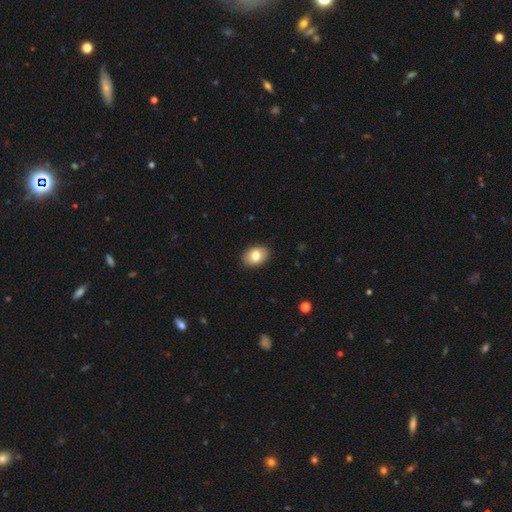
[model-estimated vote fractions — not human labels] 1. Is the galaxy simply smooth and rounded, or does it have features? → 81% smooth, 11% featured or disk, 7% star or artifact.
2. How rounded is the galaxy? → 78% in between, 21% round, 1% cigar-shaped.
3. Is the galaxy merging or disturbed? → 90% none, 7% minor disturbance, 2% major disturbance, 1% merger.